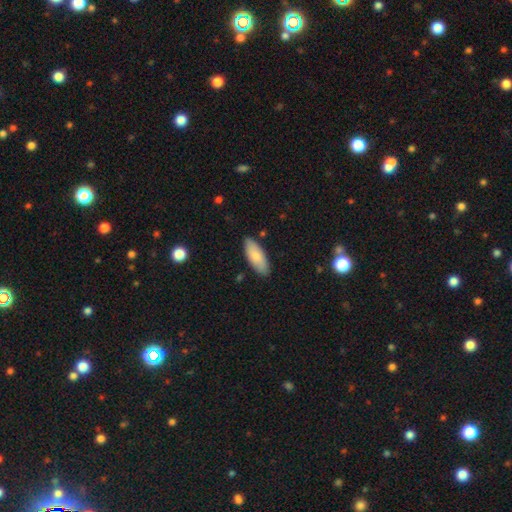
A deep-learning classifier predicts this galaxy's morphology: smooth-or-featured: smooth: 80% | featured or disk: 14% | star or artifact: 5%
  how-rounded: in between: 80% | cigar-shaped: 19% | round: 2%
  merging: none: 86% | minor disturbance: 11% | major disturbance: 2% | merger: 1%